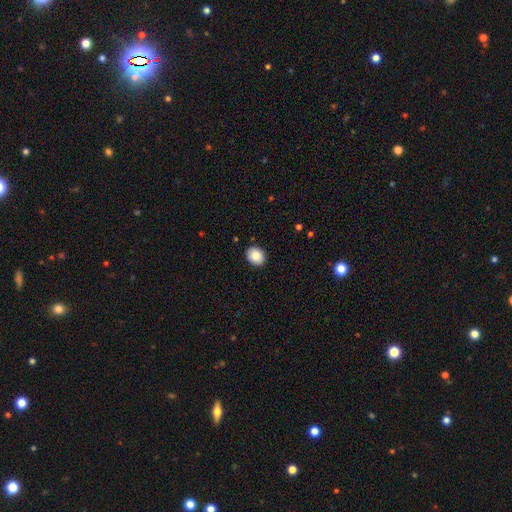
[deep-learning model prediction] Q: Smooth or featured?
A: smooth (86%); runner-up: star or artifact (8%)
Q: How rounded?
A: in between (56%); runner-up: round (43%)
Q: Merging?
A: none (89%); runner-up: minor disturbance (8%)